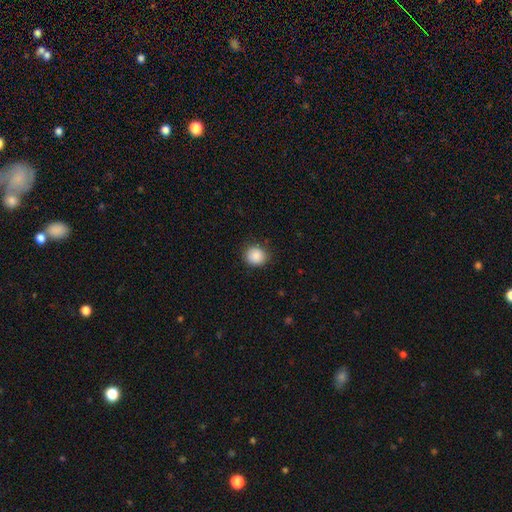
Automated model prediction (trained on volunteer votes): This is clearly a smooth galaxy (88%). How rounded: clearly round (86%). Merging: clearly none (87%).